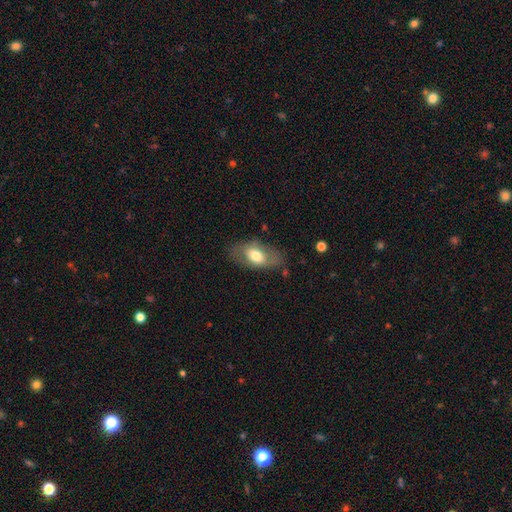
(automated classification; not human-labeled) Smooth or featured? smooth (61%)
How rounded? in between (91%)
Merging? none (70%)